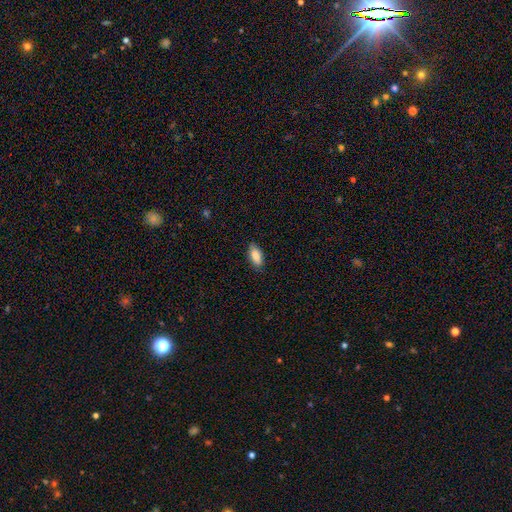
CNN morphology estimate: Smooth or featured?
  - smooth: 86% *
  - featured or disk: 7%
  - star or artifact: 6%
How rounded?
  - in between: 85% *
  - cigar-shaped: 13%
  - round: 2%
Merging?
  - none: 84% *
  - minor disturbance: 13%
  - major disturbance: 2%
  - merger: 1%